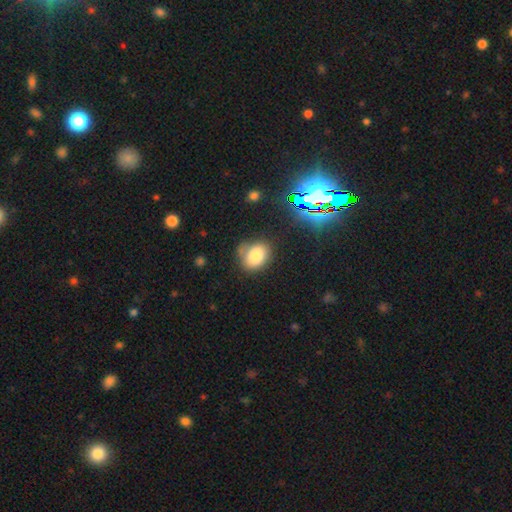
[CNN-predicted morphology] smooth_or_featured: smooth (p=0.78) [alt: star or artifact p=0.13]
how_rounded: in between (p=0.54) [alt: round p=0.45]
merging: none (p=0.62) [alt: minor disturbance p=0.24]